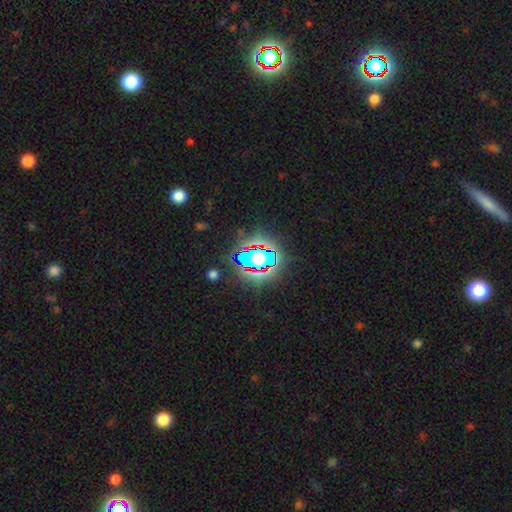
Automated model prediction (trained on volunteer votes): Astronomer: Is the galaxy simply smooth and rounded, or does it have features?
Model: star or artifact — 67%.